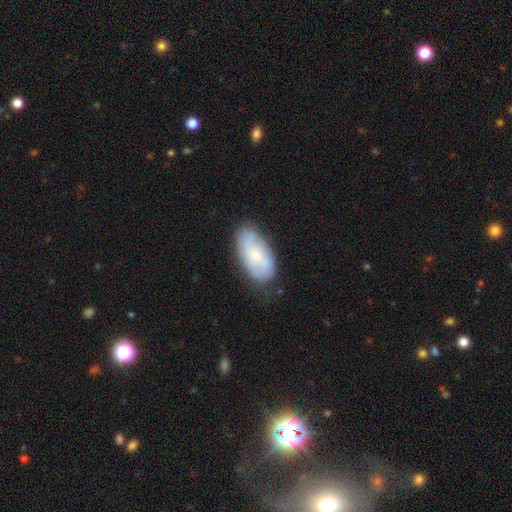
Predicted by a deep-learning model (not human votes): Smooth or featured? Predicted: smooth (p=0.49). Merging? Predicted: none (p=0.71).